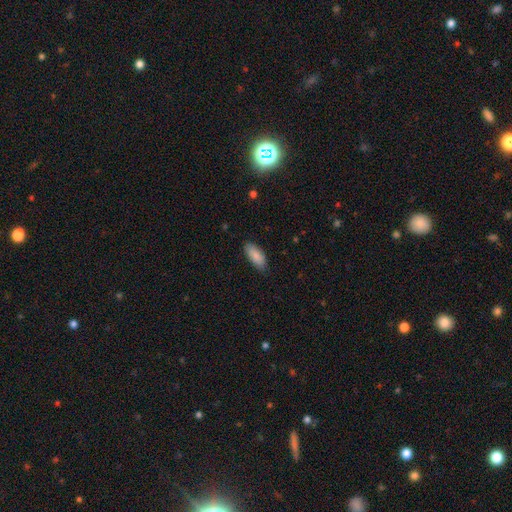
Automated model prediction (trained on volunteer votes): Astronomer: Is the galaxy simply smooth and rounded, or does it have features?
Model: smooth — 88%.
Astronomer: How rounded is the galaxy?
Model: in between — 82%.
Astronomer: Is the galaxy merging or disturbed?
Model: none — 83%.